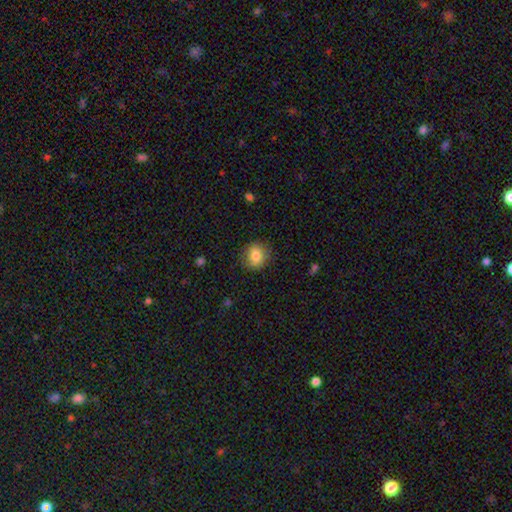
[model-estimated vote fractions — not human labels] The model was most divided on "how rounded": round: 78%, in between: 21%, cigar-shaped: 1%. More confident: merging — none (83%); smooth or featured — smooth (81%).